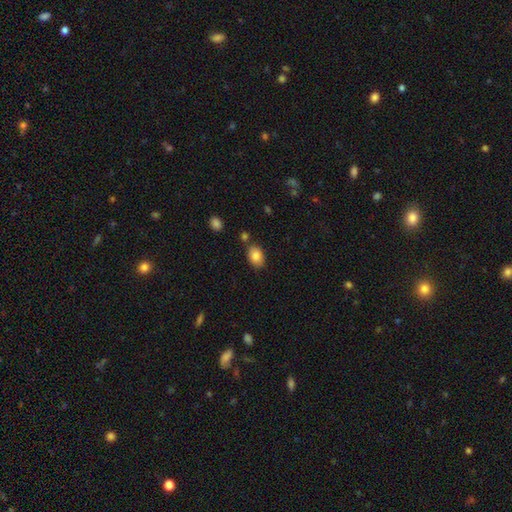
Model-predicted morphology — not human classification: smooth-or-featured: smooth: 85% | star or artifact: 8% | featured or disk: 7%
  how-rounded: in between: 84% | round: 15% | cigar-shaped: 1%
  merging: none: 76% | minor disturbance: 13% | merger: 7% | major disturbance: 3%